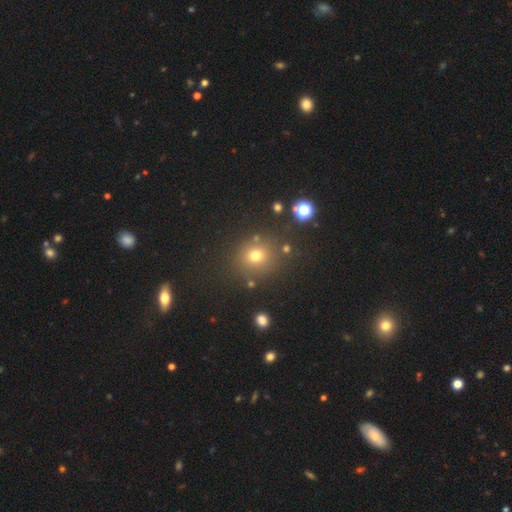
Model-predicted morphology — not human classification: Q: Smooth or featured?
A: smooth (72%); runner-up: star or artifact (20%)
Q: How rounded?
A: round (87%); runner-up: in between (12%)
Q: Merging?
A: none (81%); runner-up: minor disturbance (9%)